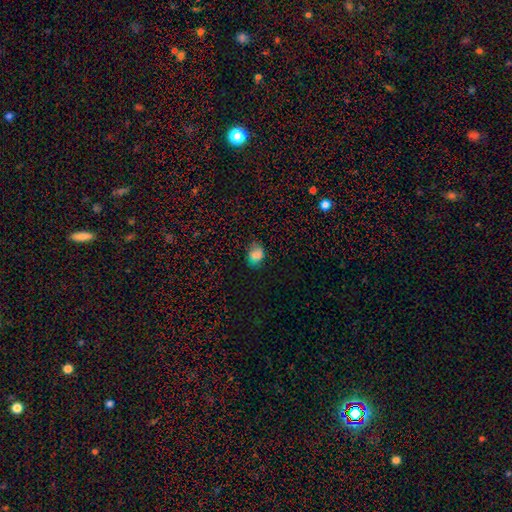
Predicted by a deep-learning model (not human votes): Overall: smooth (75%). How rounded: in between (53%; round 46%). Merging: none (67%).